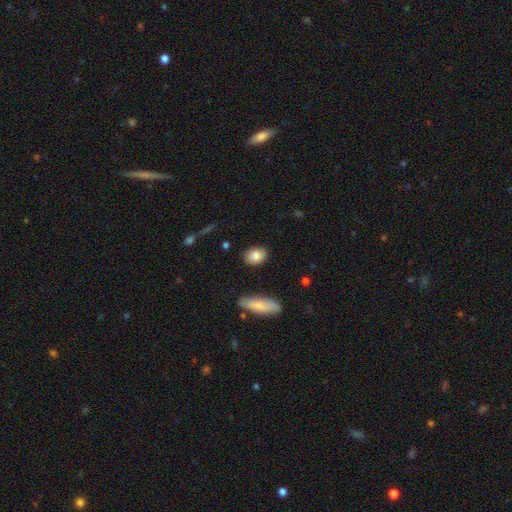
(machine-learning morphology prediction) Smooth or featured? smooth (84%)
How rounded? in between (63%)
Merging? none (87%)